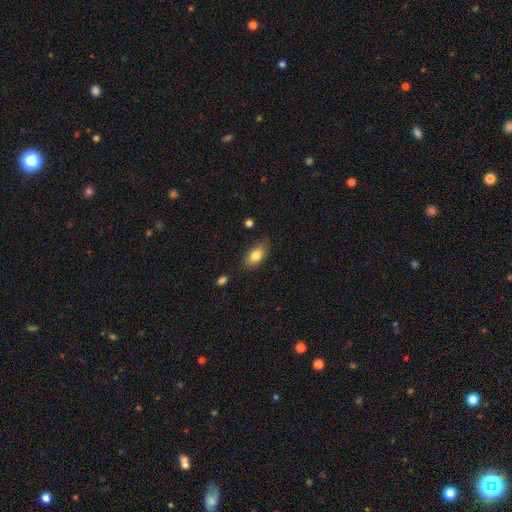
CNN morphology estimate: Smooth or featured?
  - smooth: 82% *
  - featured or disk: 11%
  - star or artifact: 8%
How rounded?
  - in between: 88% *
  - round: 6%
  - cigar-shaped: 5%
Merging?
  - none: 79% *
  - minor disturbance: 16%
  - major disturbance: 3%
  - merger: 2%